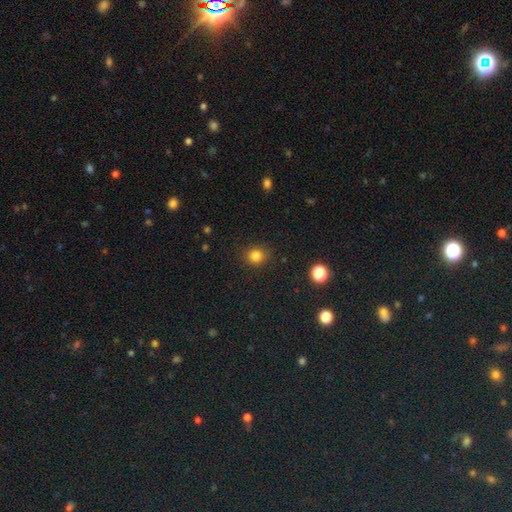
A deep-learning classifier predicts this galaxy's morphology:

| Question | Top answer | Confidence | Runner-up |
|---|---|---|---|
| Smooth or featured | smooth | 83% | star or artifact (13%) |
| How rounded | round | 86% | in between (13%) |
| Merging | none | 88% | minor disturbance (8%) |